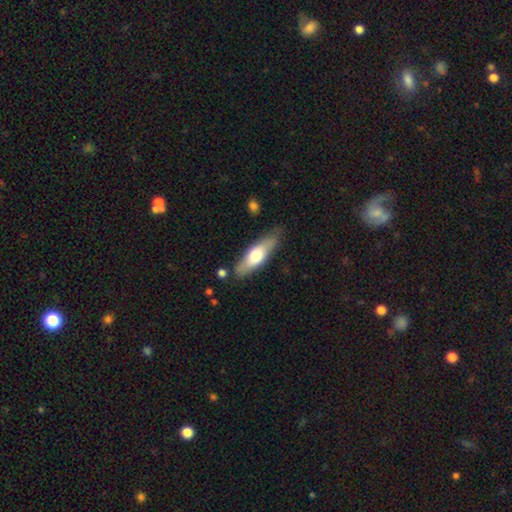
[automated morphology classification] type=smooth (57%); roundness=cigar-shaped (53%); merging=none (79%).